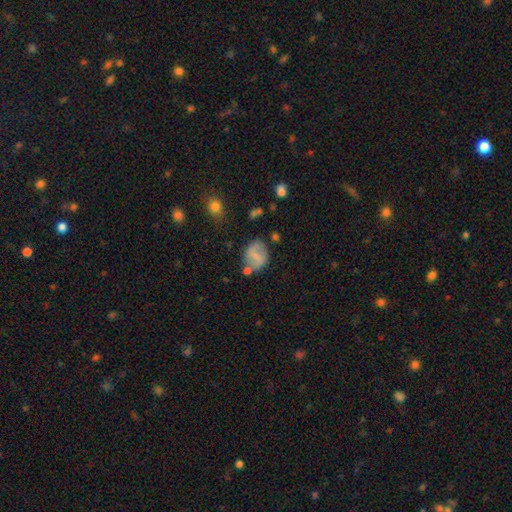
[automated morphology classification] Smooth or featured: smooth — 59% (featured or disk — 32%)
How rounded: round — 55% (in between — 43%)
Merging: none — 63% (minor disturbance — 19%)